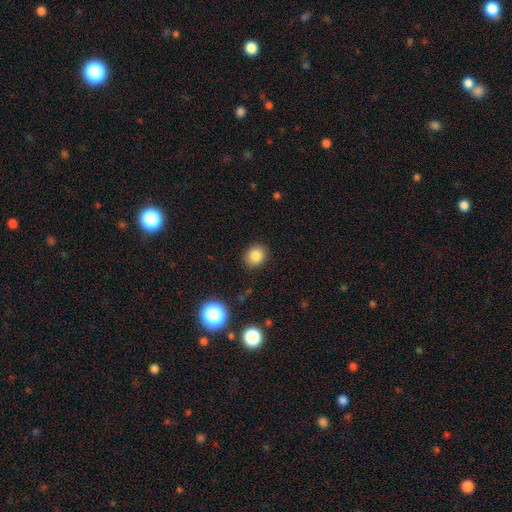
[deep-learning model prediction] Morphology: type=smooth (83%); roundness=round (69%); merging=none (89%).